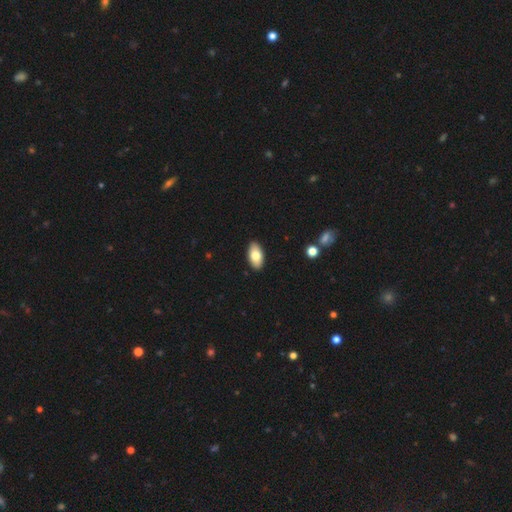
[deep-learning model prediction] This is likely a smooth galaxy (78%). How rounded: clearly in between (93%). Merging: clearly none (90%).